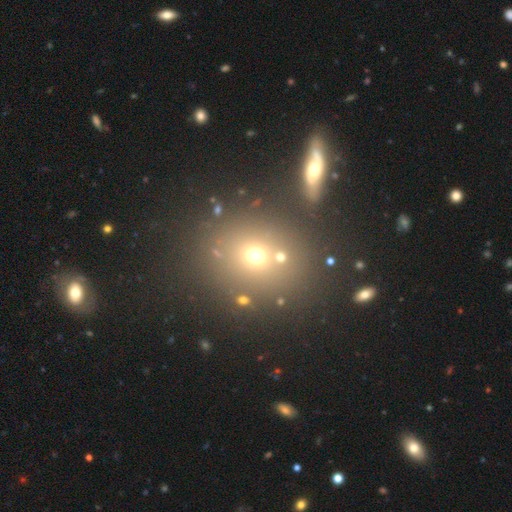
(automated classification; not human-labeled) This is possibly a smooth galaxy (59%). How rounded: likely round (72%). Merging: likely none (73%).